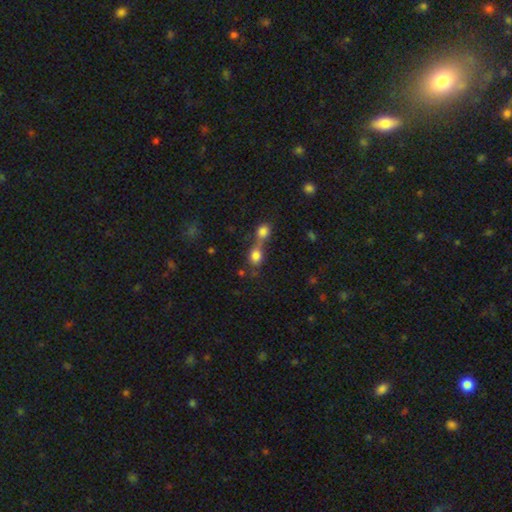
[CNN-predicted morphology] Smooth or featured? Predicted: smooth (p=0.80). How rounded? Predicted: round (p=0.66). Merging? Predicted: merger (p=0.66).